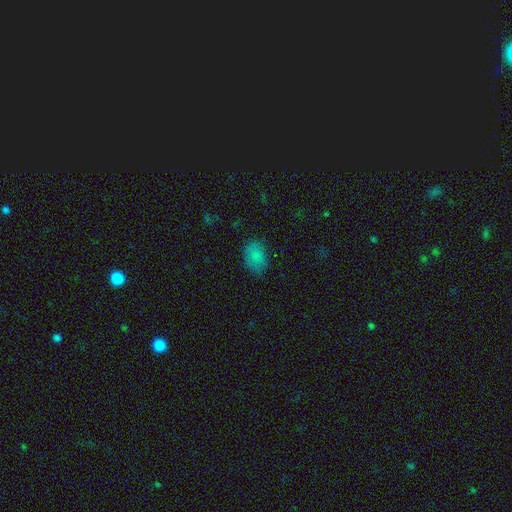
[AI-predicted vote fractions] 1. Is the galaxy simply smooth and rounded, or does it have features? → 82% smooth, 12% star or artifact, 6% featured or disk.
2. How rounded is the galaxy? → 88% in between, 11% round, 1% cigar-shaped.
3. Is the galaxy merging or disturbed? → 71% none, 22% minor disturbance, 5% major disturbance, 1% merger.